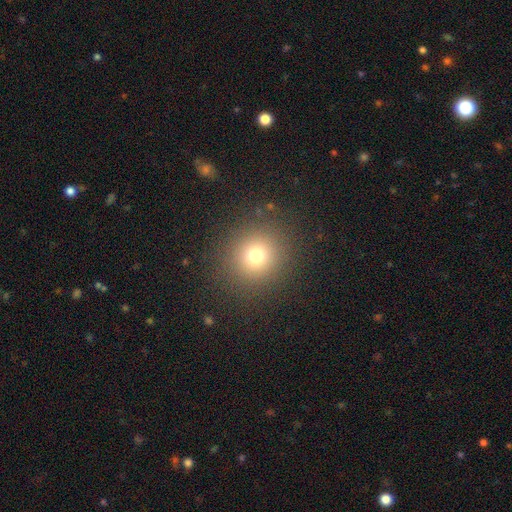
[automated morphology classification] This is likely a smooth galaxy (75%). How rounded: clearly round (90%). Merging: clearly none (89%).